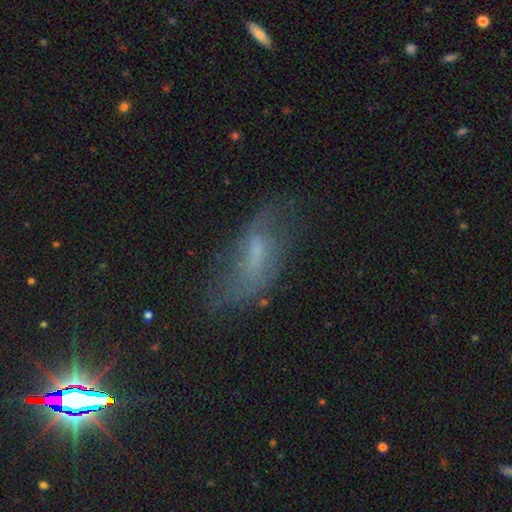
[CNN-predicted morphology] Smooth or featured? Predicted: featured or disk (p=0.47). Merging? Predicted: none (p=0.52).